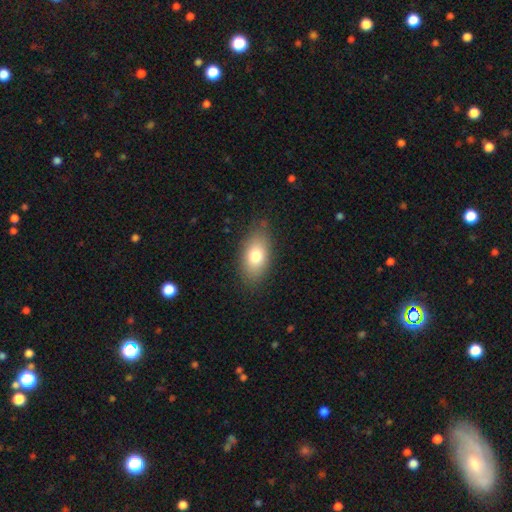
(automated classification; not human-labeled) smooth_or_featured: smooth (p=0.76) [alt: featured or disk p=0.15]
how_rounded: in between (p=0.88) [alt: round p=0.08]
merging: none (p=0.82) [alt: minor disturbance p=0.13]